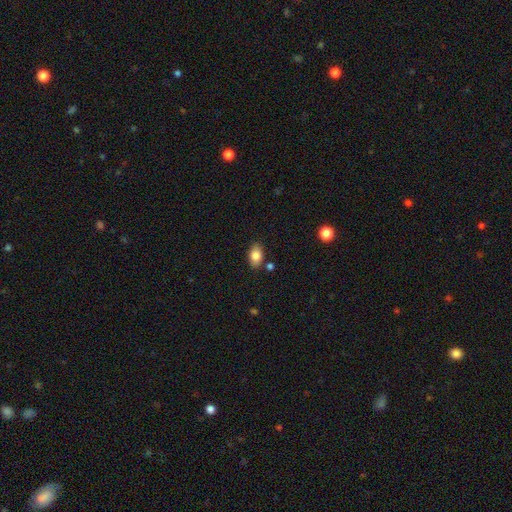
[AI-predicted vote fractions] This appears to be a smooth galaxy with no disk features (83%) that is in between round and cigar-shaped (88%). Merging: none (82%).